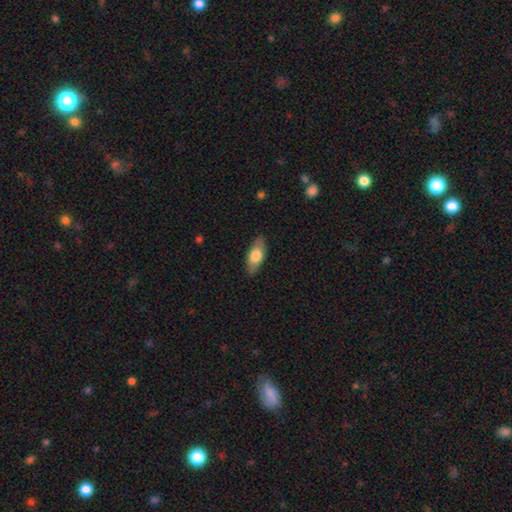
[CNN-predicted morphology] This appears to be a smooth galaxy with no disk features (69%) that is in between round and cigar-shaped (81%). Merging: none (85%).